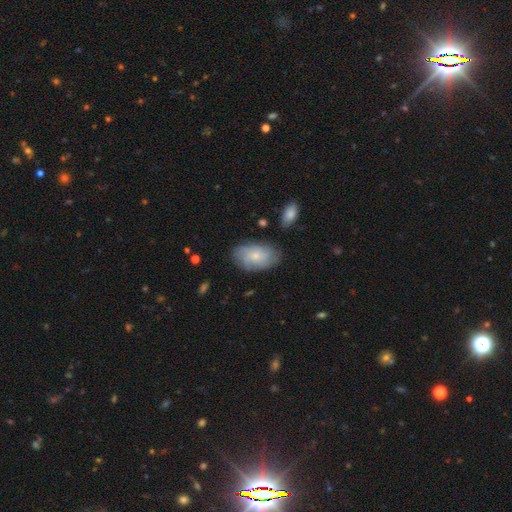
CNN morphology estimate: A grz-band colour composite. It shows a featured or disk galaxy (52%). Merging: none (77%).